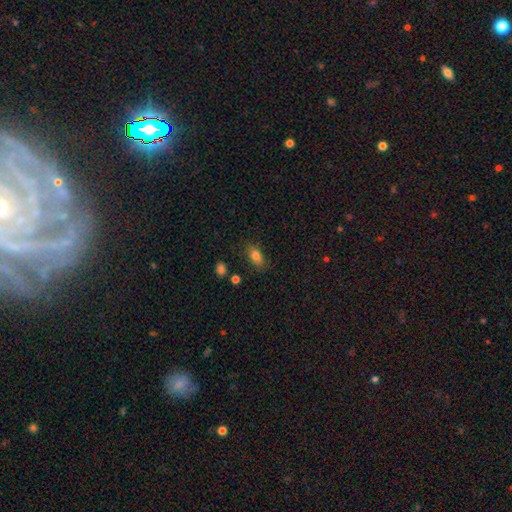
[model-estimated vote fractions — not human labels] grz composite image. It shows a smooth galaxy with no disk features (83%) that is in between round and cigar-shaped (86%). Merging: none (79%).